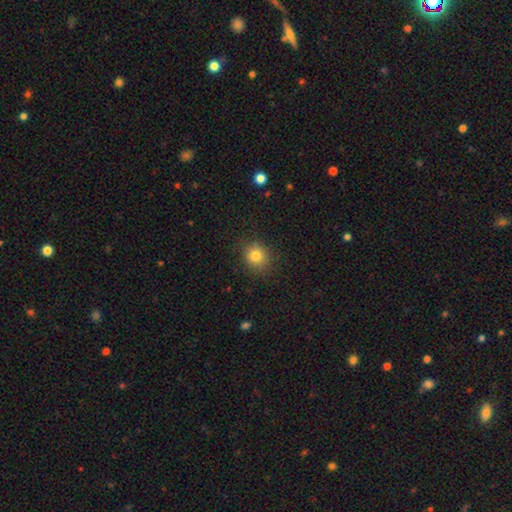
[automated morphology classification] Smooth or featured? Predicted: smooth (p=0.82). How rounded? Predicted: round (p=0.83). Merging? Predicted: none (p=0.85).